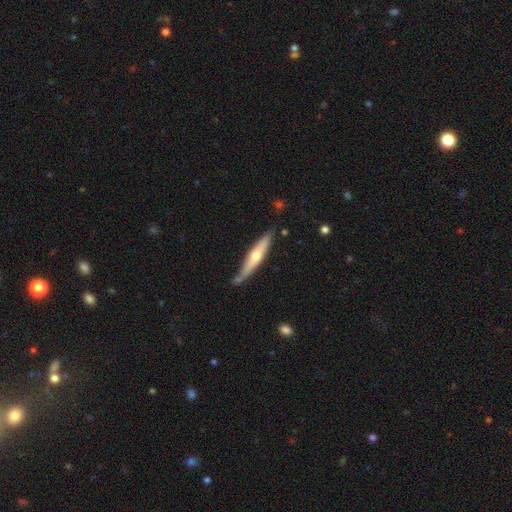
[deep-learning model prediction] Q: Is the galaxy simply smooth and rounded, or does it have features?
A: featured or disk — 54%.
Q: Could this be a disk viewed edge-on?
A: yes — 92%.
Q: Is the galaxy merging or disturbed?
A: none — 75%.